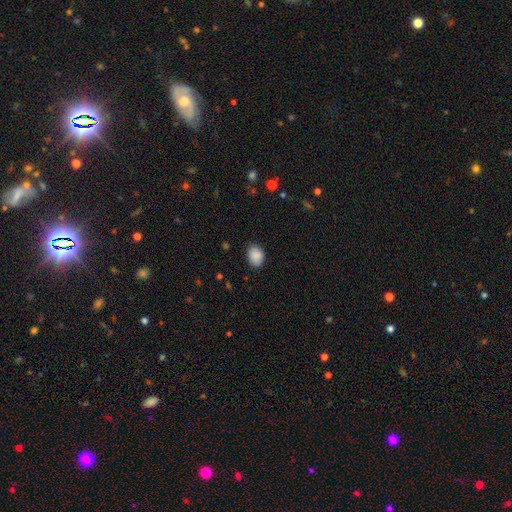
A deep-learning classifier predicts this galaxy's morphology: Smooth or featured: smooth — 89% (star or artifact — 8%)
How rounded: in between — 63% (round — 36%)
Merging: none — 86% (minor disturbance — 10%)